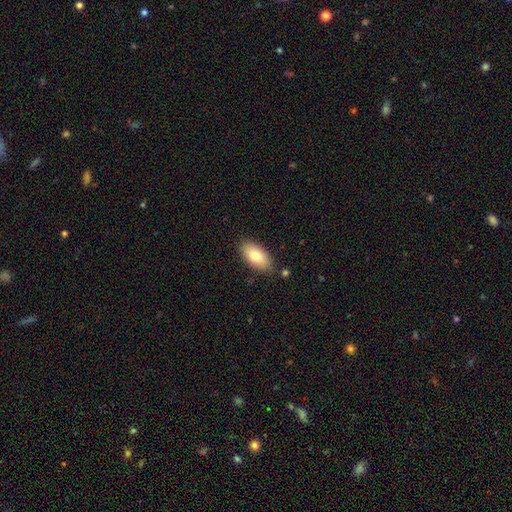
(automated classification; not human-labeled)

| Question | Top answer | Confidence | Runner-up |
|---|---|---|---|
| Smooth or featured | smooth | 77% | featured or disk (16%) |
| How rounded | in between | 92% | round (4%) |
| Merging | none | 83% | minor disturbance (12%) |